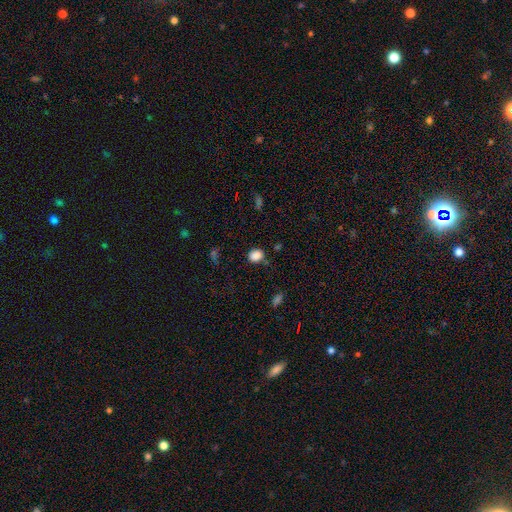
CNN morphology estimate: Q: Smooth or featured?
A: smooth (86%); runner-up: star or artifact (11%)
Q: How rounded?
A: round (67%); runner-up: in between (32%)
Q: Merging?
A: none (80%); runner-up: minor disturbance (13%)